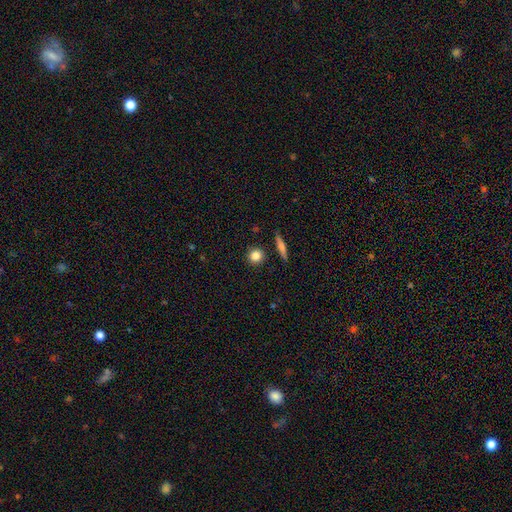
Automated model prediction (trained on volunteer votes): Q: Smooth or featured?
A: smooth (83%); runner-up: star or artifact (9%)
Q: How rounded?
A: round (90%); runner-up: in between (8%)
Q: Merging?
A: none (89%); runner-up: minor disturbance (7%)